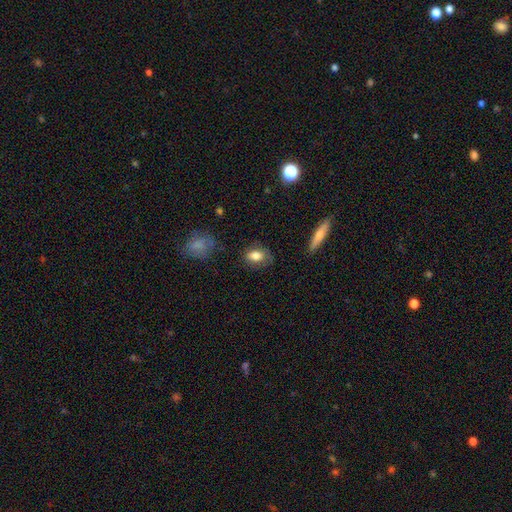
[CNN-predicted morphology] A smooth galaxy with no disk features (79%) that is in between round and cigar-shaped (80%).

Vote fractions:
- Smooth or featured? smooth: 79% / featured or disk: 13% / star or artifact: 8%
- How rounded? in between: 80% / round: 18% / cigar-shaped: 2%
- Merging? none: 73% / minor disturbance: 19% / major disturbance: 6% / merger: 2%